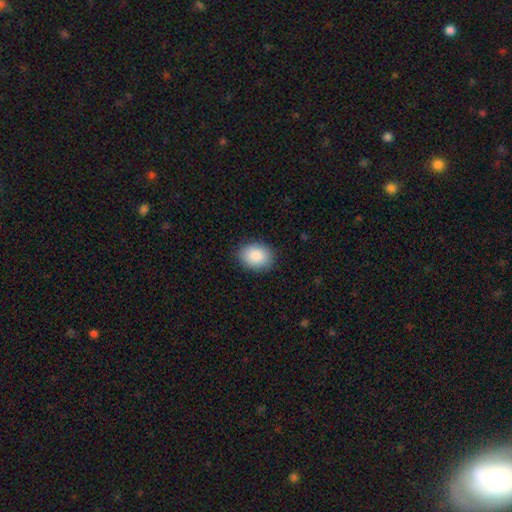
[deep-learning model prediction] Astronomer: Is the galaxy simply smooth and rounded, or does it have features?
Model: smooth — 90%.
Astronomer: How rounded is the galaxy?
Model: in between — 71%.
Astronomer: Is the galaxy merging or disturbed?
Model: none — 88%.